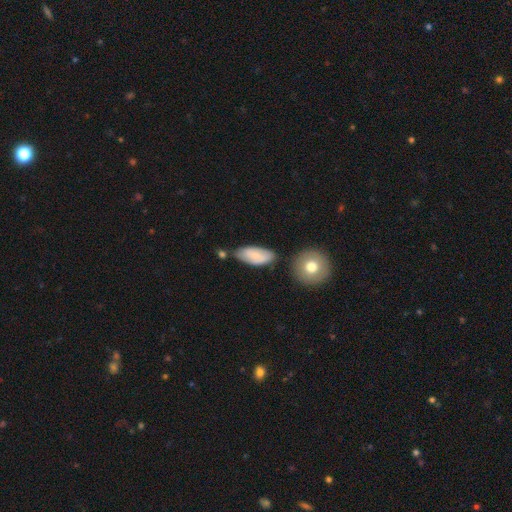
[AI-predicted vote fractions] A smooth galaxy with no disk features (68%) that is in between round and cigar-shaped (89%).

Vote fractions:
- Smooth or featured? smooth: 68% / featured or disk: 26% / star or artifact: 6%
- How rounded? in between: 89% / cigar-shaped: 8% / round: 3%
- Merging? none: 64% / minor disturbance: 22% / merger: 10% / major disturbance: 5%